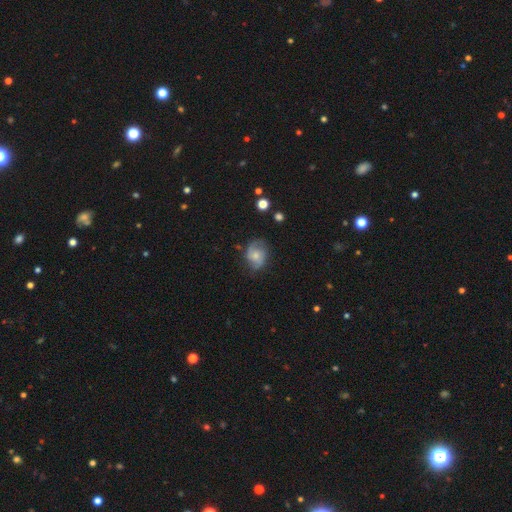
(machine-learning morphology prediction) This appears to be a featured or disk galaxy (55%) with no bar (65%), spiral arms (87%) and a small central bulge (48%). Merging: none (65%).